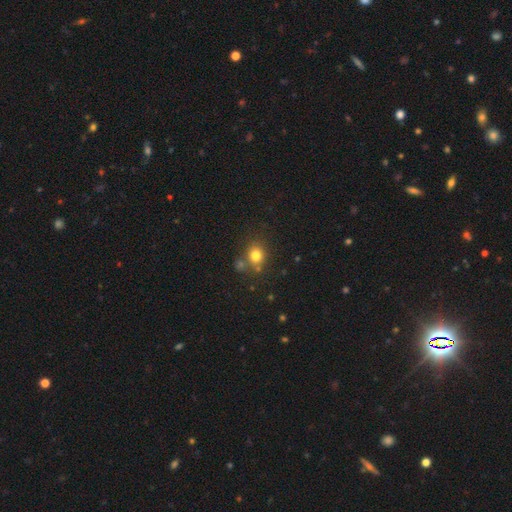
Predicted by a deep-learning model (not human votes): Smooth or featured: smooth — 78% (star or artifact — 14%)
How rounded: round — 75% (in between — 24%)
Merging: none — 69% (merger — 14%)